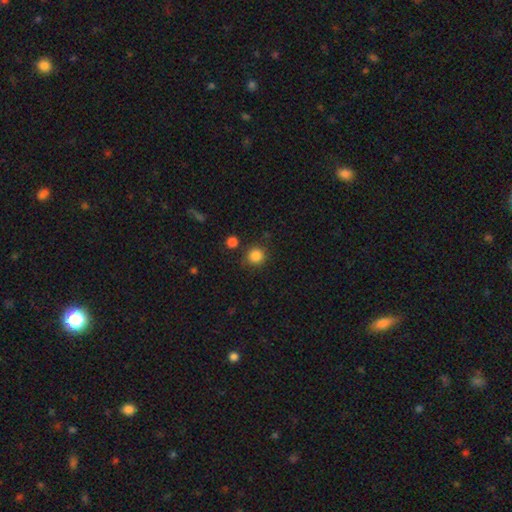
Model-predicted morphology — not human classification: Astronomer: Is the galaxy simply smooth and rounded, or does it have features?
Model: smooth — 86%.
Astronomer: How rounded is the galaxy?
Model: round — 93%.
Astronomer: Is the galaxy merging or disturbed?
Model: none — 85%.